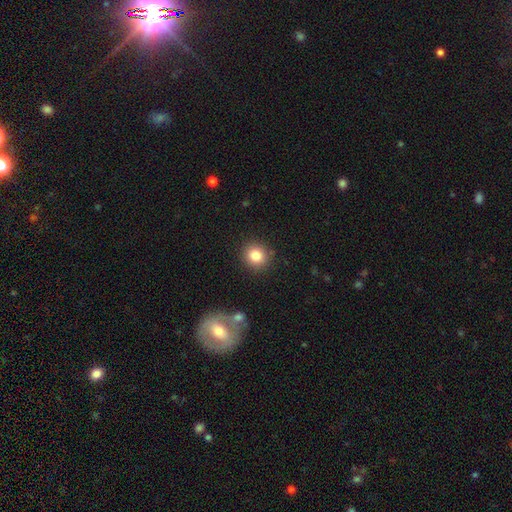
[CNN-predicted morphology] Smooth or featured: smooth — 83% (star or artifact — 10%)
How rounded: round — 87% (in between — 12%)
Merging: none — 88% (minor disturbance — 7%)